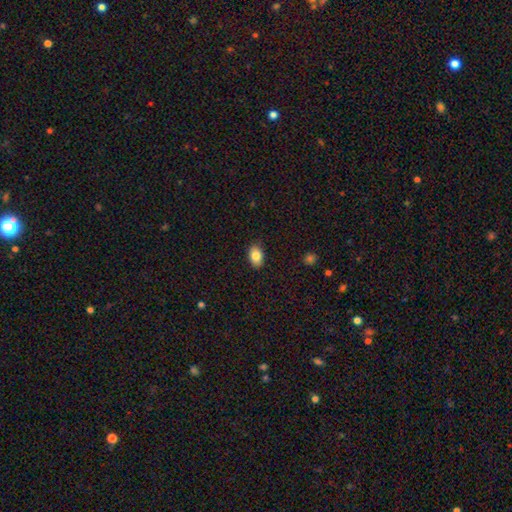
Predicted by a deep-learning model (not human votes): Smooth or featured? Predicted: smooth (p=0.84). How rounded? Predicted: in between (p=0.87). Merging? Predicted: none (p=0.87).